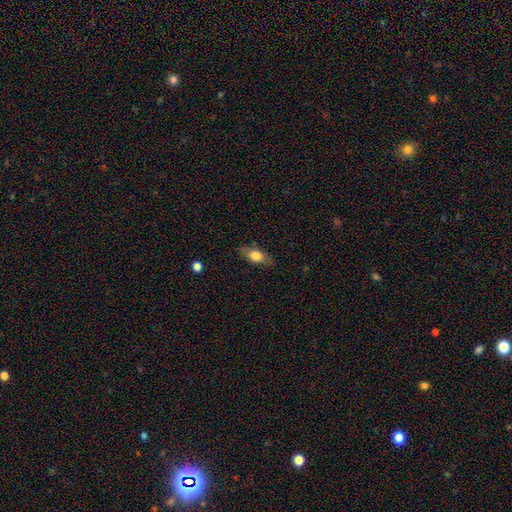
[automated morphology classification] This is likely a smooth galaxy (71%). How rounded: likely in between (79%). Merging: likely none (77%).